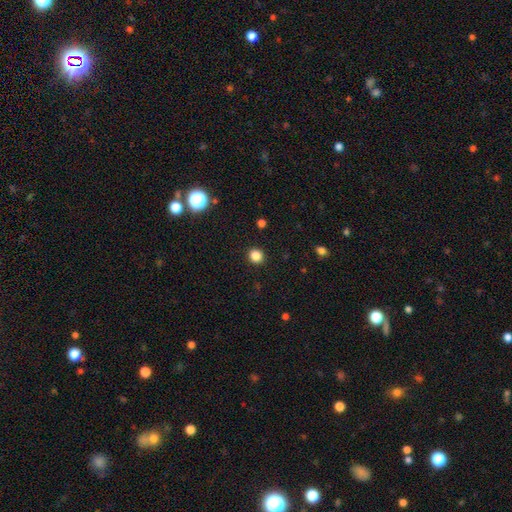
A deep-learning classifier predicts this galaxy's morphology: This appears to be a smooth galaxy with no disk features (84%) that is round (88%). Merging: none (92%).